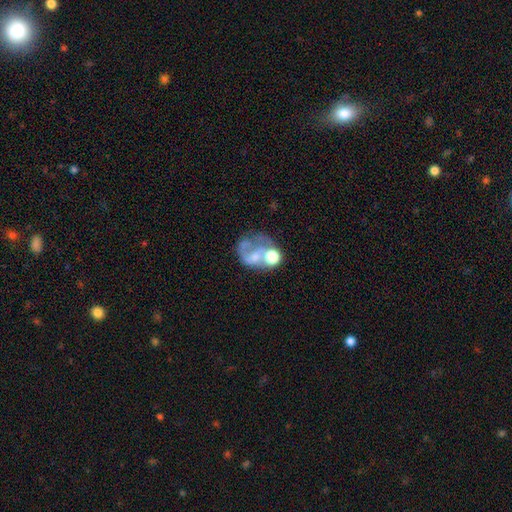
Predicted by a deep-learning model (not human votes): featured or disk 47%, smooth 39%, star or artifact 14%. Down the decision tree: merging — merger (35%).